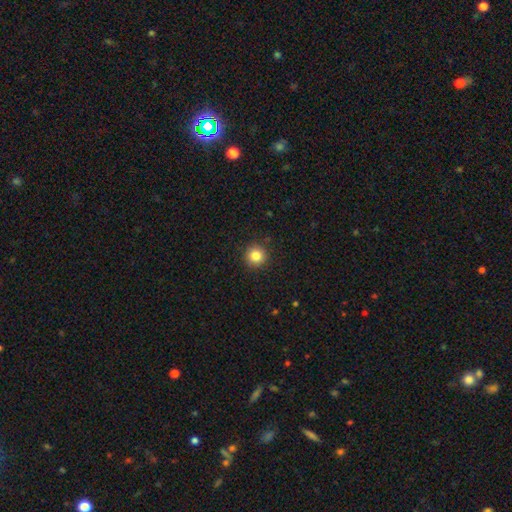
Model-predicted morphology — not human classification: The model was most divided on "smooth or featured": smooth: 84%, star or artifact: 11%, featured or disk: 5%. More confident: how rounded — round (95%); merging — none (92%).